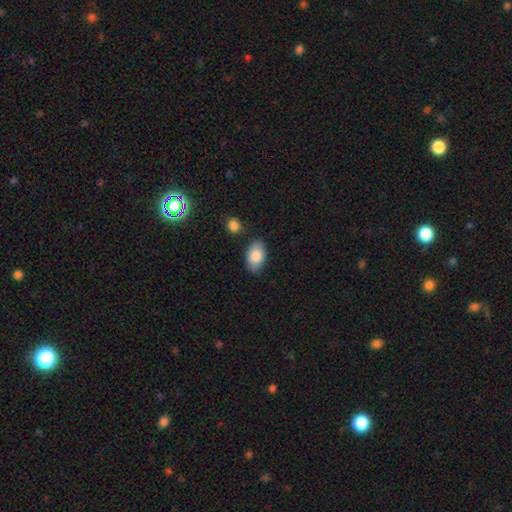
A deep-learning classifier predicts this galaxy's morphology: smooth_or_featured: smooth (p=0.85) [alt: featured or disk p=0.09]
how_rounded: in between (p=0.92) [alt: round p=0.07]
merging: none (p=0.80) [alt: minor disturbance p=0.13]